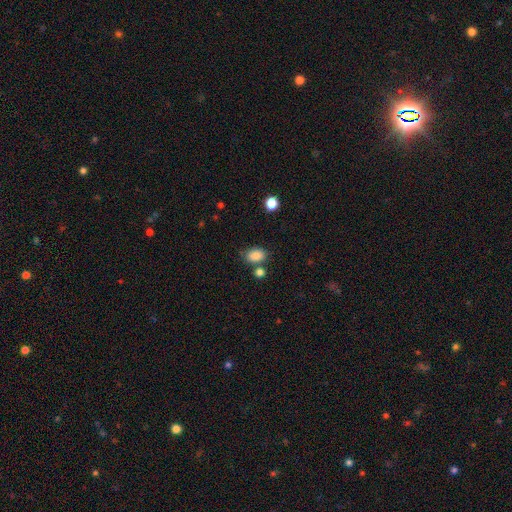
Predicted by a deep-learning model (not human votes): This appears to be a smooth galaxy with no disk features (86%) that is in between round and cigar-shaped (81%). Merging: none (69%).